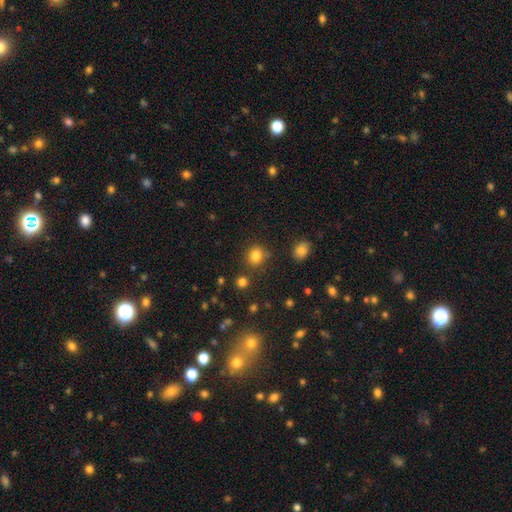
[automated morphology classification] Smooth or featured? Predicted: smooth (p=0.82). How rounded? Predicted: round (p=0.78). Merging? Predicted: none (p=0.80).